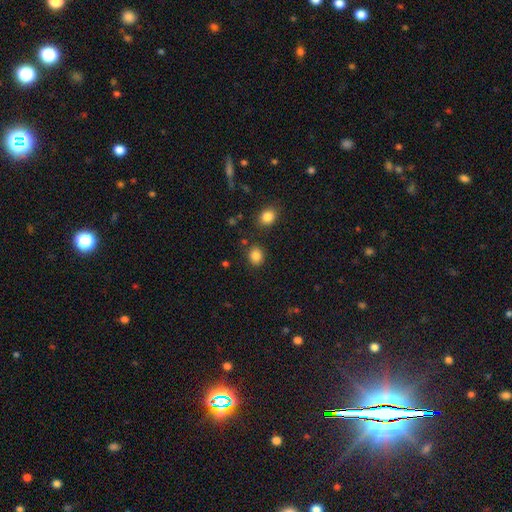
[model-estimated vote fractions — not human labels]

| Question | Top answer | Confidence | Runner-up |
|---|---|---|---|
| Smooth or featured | smooth | 85% | star or artifact (10%) |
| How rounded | round | 60% | in between (40%) |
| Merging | none | 83% | minor disturbance (10%) |